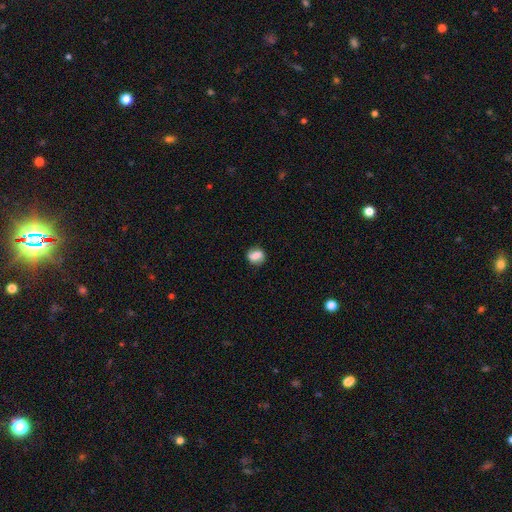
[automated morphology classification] This is likely a smooth galaxy (60%). How rounded: possibly round (57%). Merging: likely none (80%).